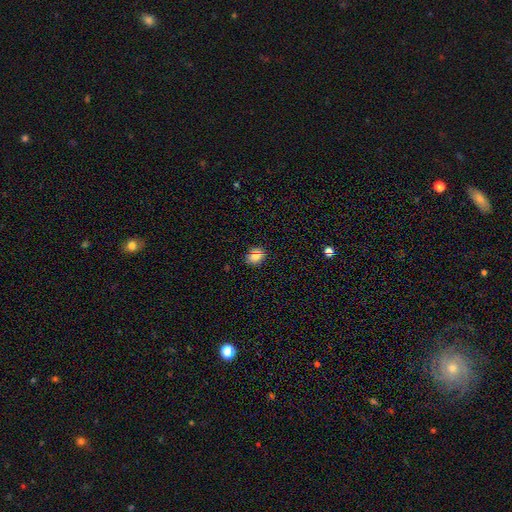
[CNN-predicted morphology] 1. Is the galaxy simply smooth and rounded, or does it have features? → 74% smooth, 18% star or artifact, 8% featured or disk.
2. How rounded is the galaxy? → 54% round, 44% in between, 2% cigar-shaped.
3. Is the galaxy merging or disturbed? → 85% none, 10% minor disturbance, 3% major disturbance, 2% merger.